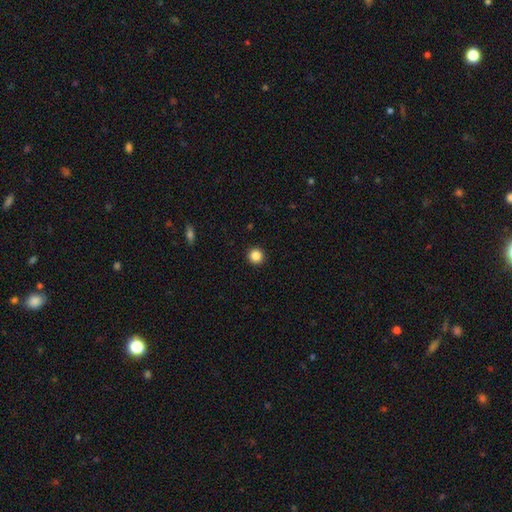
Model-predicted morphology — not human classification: The model was most divided on "smooth or featured": smooth: 86%, star or artifact: 10%, featured or disk: 3%. More confident: how rounded — round (96%); merging — none (93%).